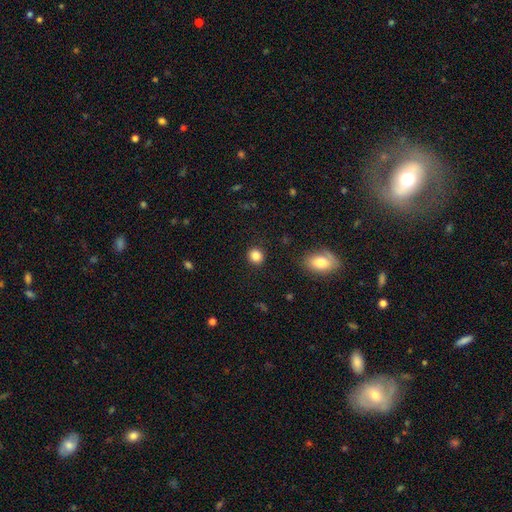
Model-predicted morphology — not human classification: smooth 85%, star or artifact 11%, featured or disk 5%. Down the decision tree: how rounded — round (84%); merging — none (90%).